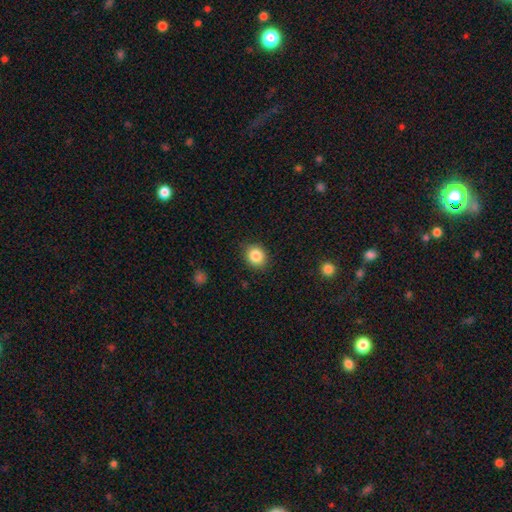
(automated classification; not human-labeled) Overall: smooth (85%). How rounded: round (73%). Merging: none (87%).